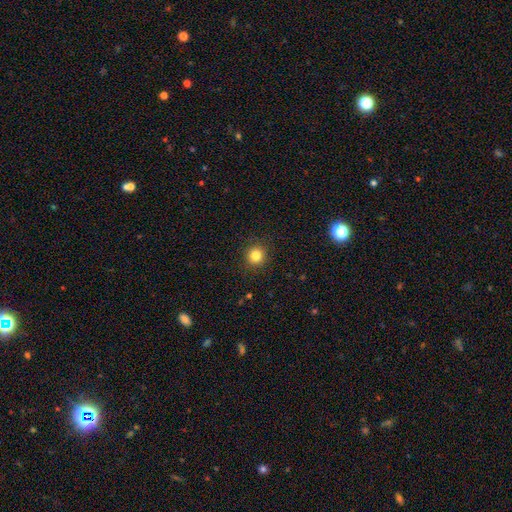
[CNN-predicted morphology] This appears to be a smooth galaxy with no disk features (83%) that is round (92%). Merging: none (91%).